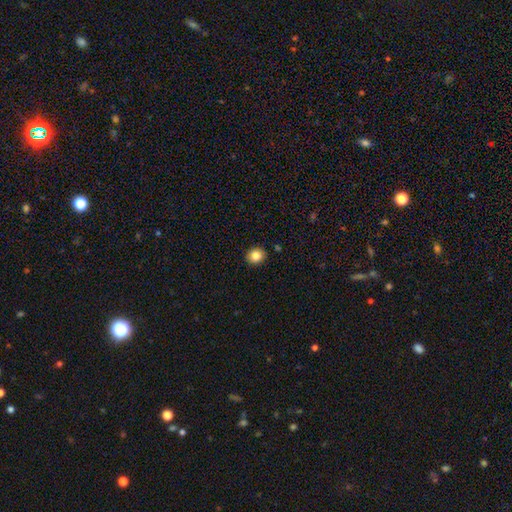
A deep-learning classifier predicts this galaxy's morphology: A smooth galaxy with no disk features (84%) that is round (76%). Merging: none (91%).